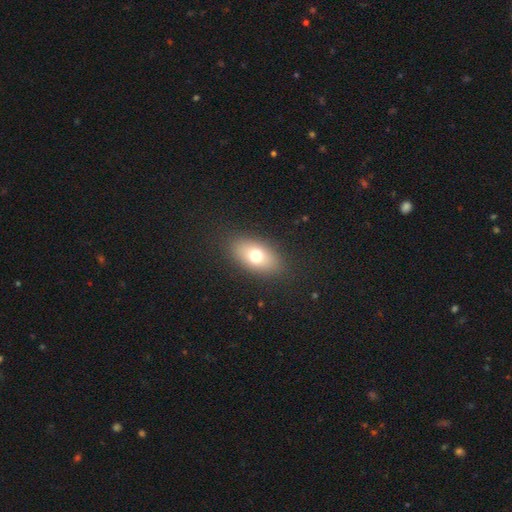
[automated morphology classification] The model was most divided on "smooth or featured": smooth: 70%, featured or disk: 19%, star or artifact: 11%. More confident: merging — none (86%); how rounded — in between (84%).